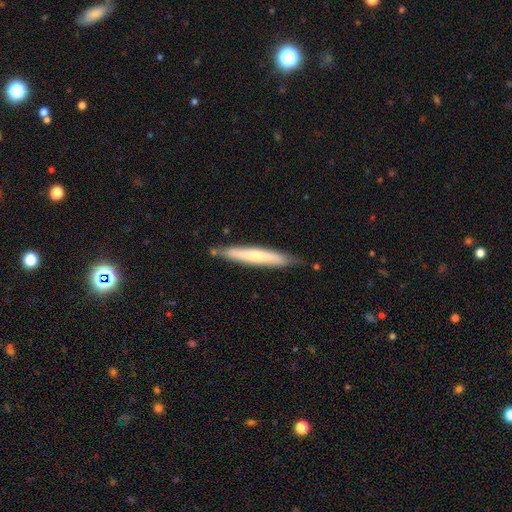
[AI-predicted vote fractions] Smooth or featured?
  - smooth: 54% *
  - featured or disk: 40%
  - star or artifact: 5%
How rounded?
  - cigar-shaped: 94% *
  - in between: 4%
  - round: 1%
Merging?
  - none: 79% *
  - minor disturbance: 16%
  - merger: 3%
  - major disturbance: 2%